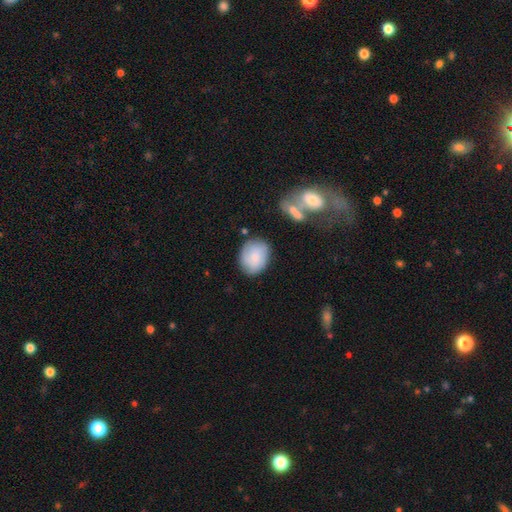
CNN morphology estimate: smooth 79%, featured or disk 14%, star or artifact 7%. Down the decision tree: how rounded — round (49%, tied with in between); merging — none (75%).